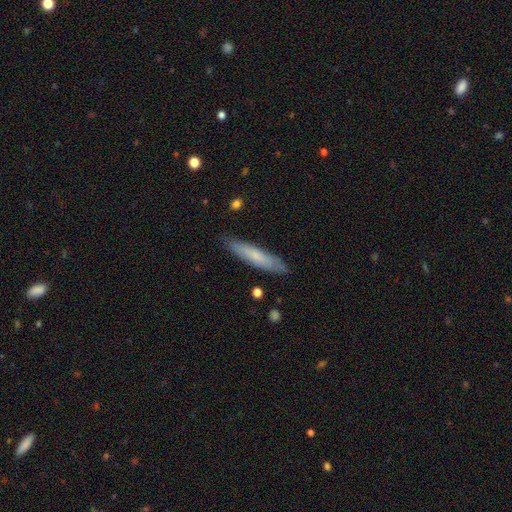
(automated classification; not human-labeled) The model was most divided on "smooth or featured": smooth: 66%, featured or disk: 28%, star or artifact: 6%. More confident: how rounded — cigar-shaped (86%); merging — none (86%).